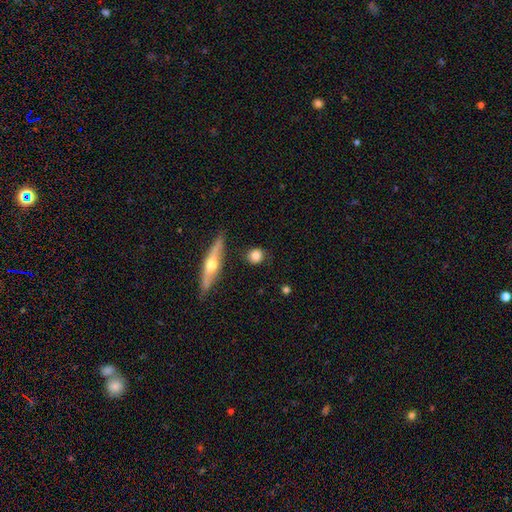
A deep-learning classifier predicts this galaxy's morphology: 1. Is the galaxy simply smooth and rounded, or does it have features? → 77% smooth, 16% featured or disk, 7% star or artifact.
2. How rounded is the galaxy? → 80% round, 15% in between, 5% cigar-shaped.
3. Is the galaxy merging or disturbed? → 83% none, 11% minor disturbance, 3% merger, 3% major disturbance.